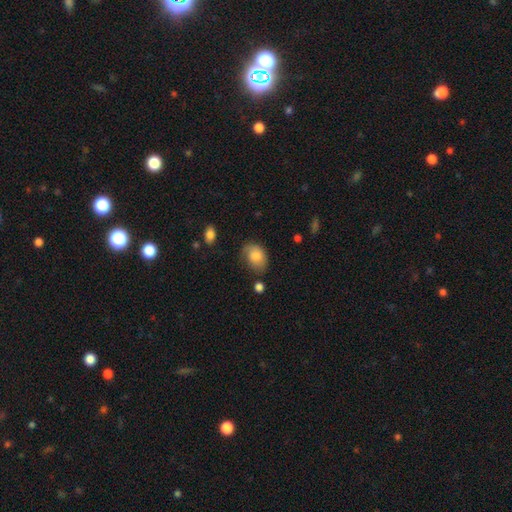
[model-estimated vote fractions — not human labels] Morphology: type=smooth (78%); roundness=in between (74%); merging=none (56%).